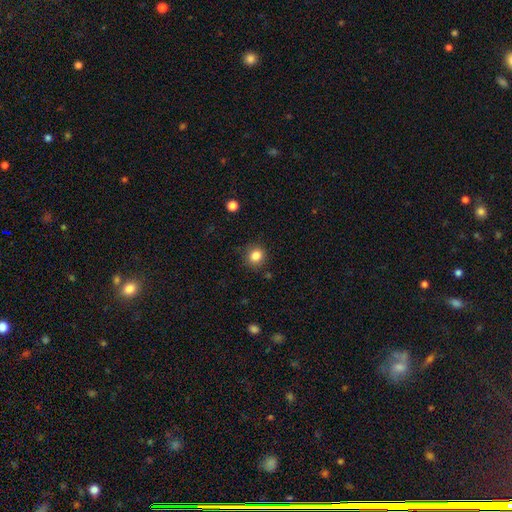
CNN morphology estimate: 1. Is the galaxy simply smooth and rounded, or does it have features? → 84% smooth, 11% star or artifact, 5% featured or disk.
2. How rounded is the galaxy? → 87% round, 12% in between, 1% cigar-shaped.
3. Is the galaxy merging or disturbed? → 87% none, 9% minor disturbance, 3% major disturbance, 2% merger.